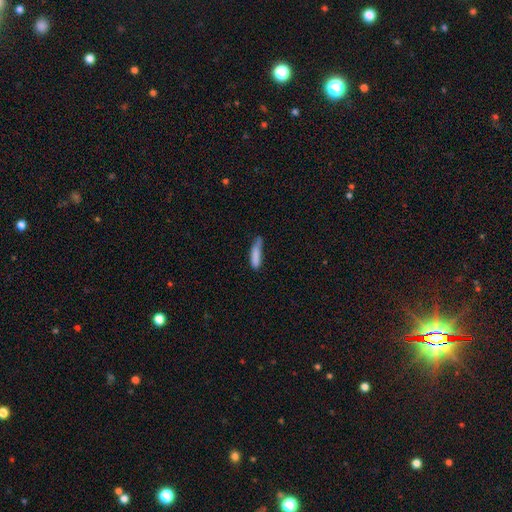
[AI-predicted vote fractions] smooth-or-featured: smooth: 82% | featured or disk: 11% | star or artifact: 7%
  how-rounded: cigar-shaped: 76% | in between: 22% | round: 2%
  merging: none: 48% | minor disturbance: 35% | major disturbance: 12% | merger: 5%